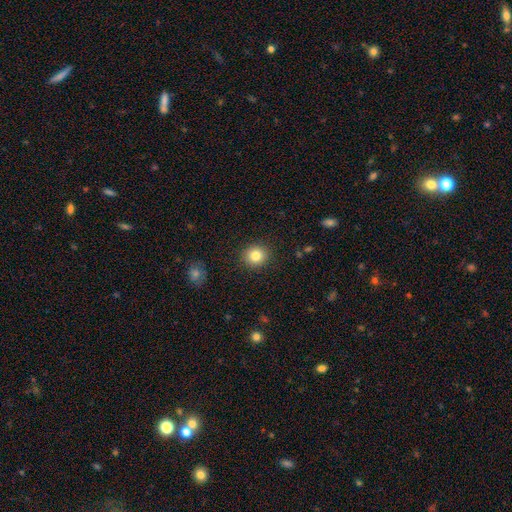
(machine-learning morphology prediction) A smooth galaxy with no disk features (83%) that is round (87%).

Vote fractions:
- Smooth or featured? smooth: 83% / star or artifact: 11% / featured or disk: 7%
- How rounded? round: 87% / in between: 12% / cigar-shaped: 1%
- Merging? none: 90% / minor disturbance: 7% / major disturbance: 2% / merger: 1%